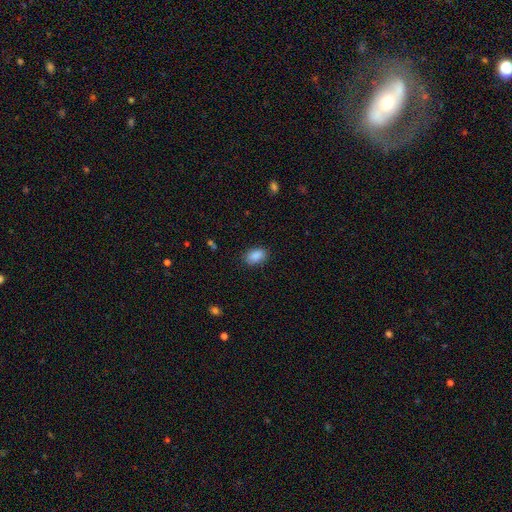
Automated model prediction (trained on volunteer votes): A smooth galaxy with no disk features (89%) that is in between round and cigar-shaped (90%). Merging: none (86%).